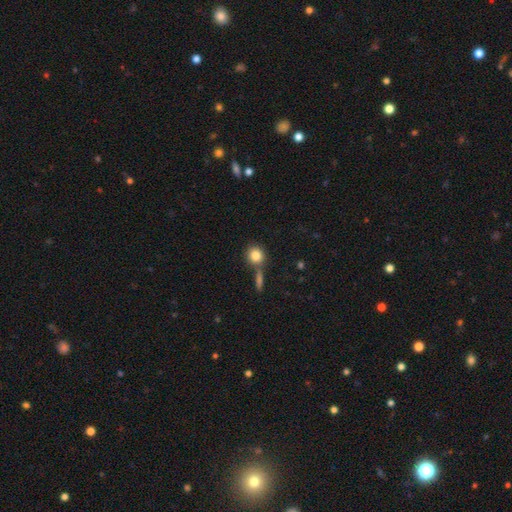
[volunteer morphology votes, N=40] Smooth or featured?
  - smooth: 85% *
  - featured or disk: 8%
  - star or artifact: 8%
How rounded?
  - round: 91% *
  - cigar-shaped: 6%
  - in between: 3%
Merging?
  - none: 51% *
  - merger: 43%
  - minor disturbance: 5%
  - major disturbance: 0%